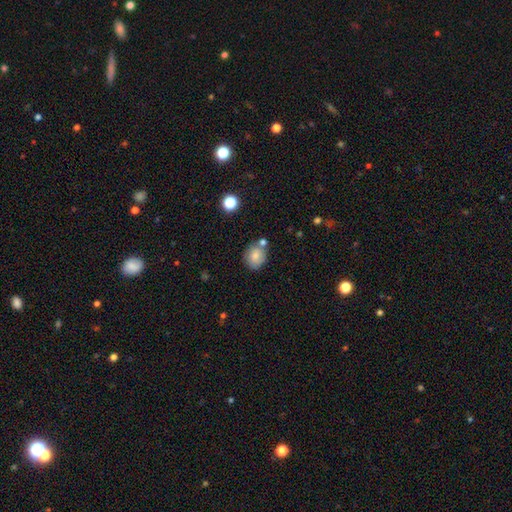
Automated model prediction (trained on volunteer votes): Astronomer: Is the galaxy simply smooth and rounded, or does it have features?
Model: smooth — 79%.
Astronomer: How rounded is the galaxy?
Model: round — 63%.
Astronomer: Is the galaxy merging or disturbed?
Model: none — 65%.